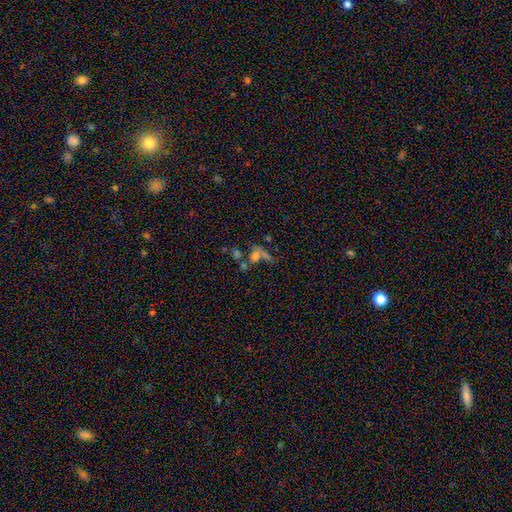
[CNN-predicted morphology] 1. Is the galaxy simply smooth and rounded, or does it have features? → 55% smooth, 24% featured or disk, 21% star or artifact.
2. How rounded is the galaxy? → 48% round, 46% in between, 5% cigar-shaped.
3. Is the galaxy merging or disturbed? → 46% merger, 28% none, 16% major disturbance, 10% minor disturbance.